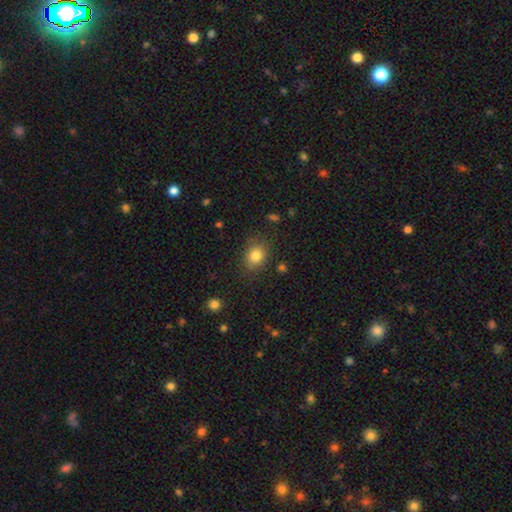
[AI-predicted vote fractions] Overall: smooth (82%). How rounded: round (50%; in between 49%). Merging: none (81%).